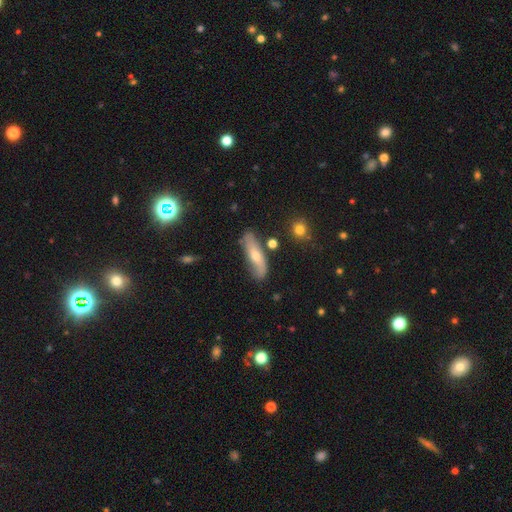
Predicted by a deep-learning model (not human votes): Q: Smooth or featured?
A: featured or disk (48%); runner-up: smooth (43%)
Q: Merging?
A: none (70%); runner-up: minor disturbance (20%)